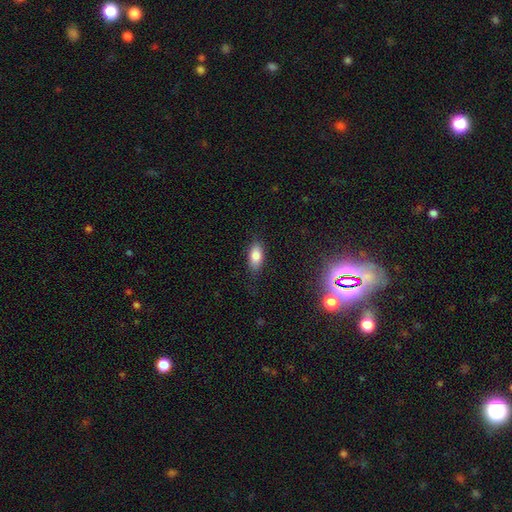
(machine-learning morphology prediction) Smooth or featured? smooth (83%)
How rounded? in between (89%)
Merging? none (81%)